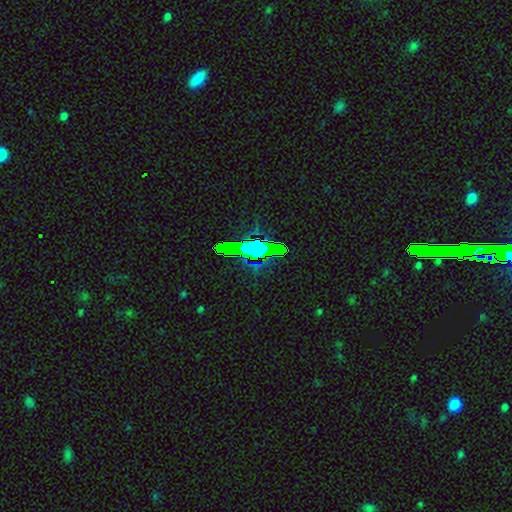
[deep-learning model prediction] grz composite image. It shows a star or artifact, not a galaxy (65%).